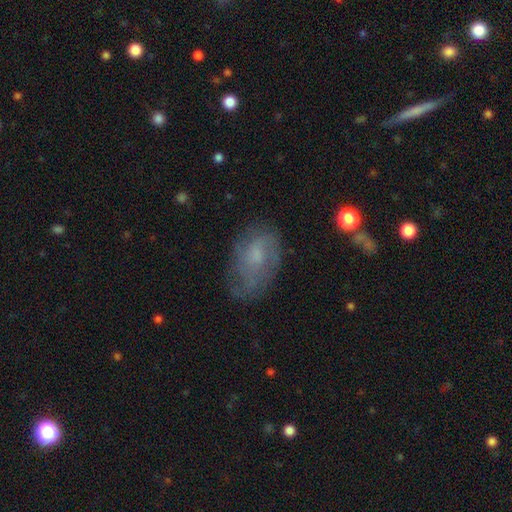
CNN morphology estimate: This is possibly a featured or disk galaxy (47%). Merging: possibly none (57%).